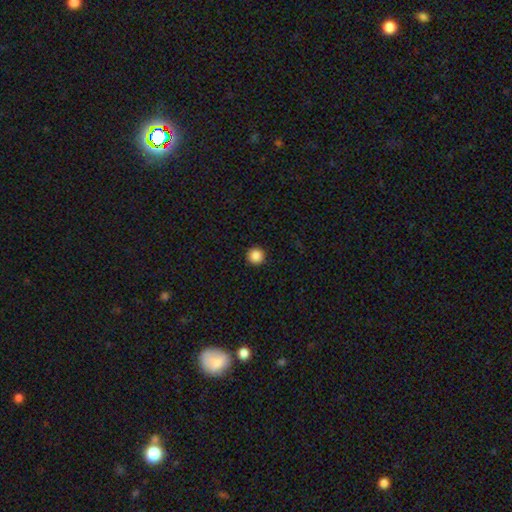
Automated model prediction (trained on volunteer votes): Smooth or featured: smooth — 87% (star or artifact — 10%)
How rounded: round — 97% (in between — 2%)
Merging: none — 94% (minor disturbance — 4%)